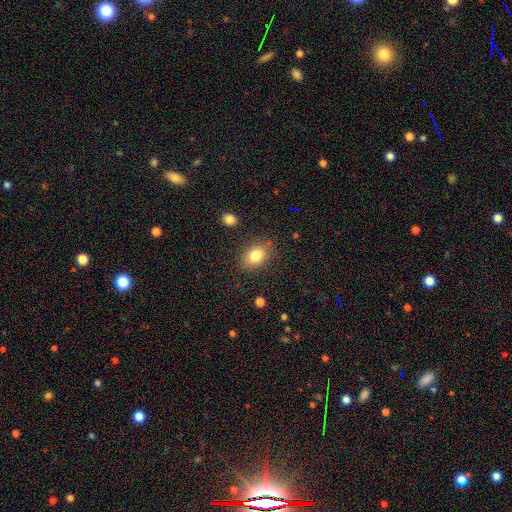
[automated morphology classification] A smooth galaxy with no disk features (81%) that is in between round and cigar-shaped (66%). Merging: none (83%).